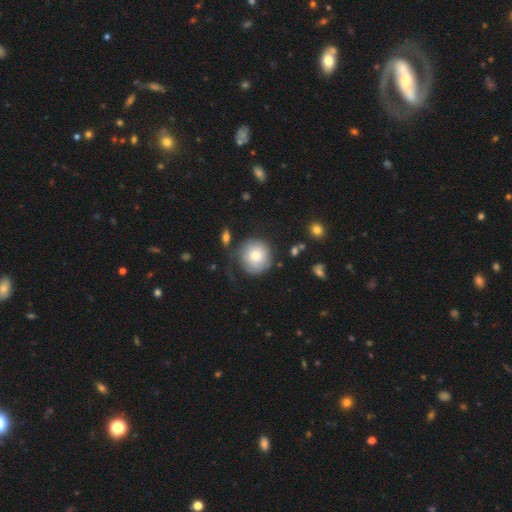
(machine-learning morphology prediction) Smooth or featured: smooth — 69% (featured or disk — 23%)
How rounded: round — 92% (in between — 7%)
Merging: none — 58% (minor disturbance — 22%)